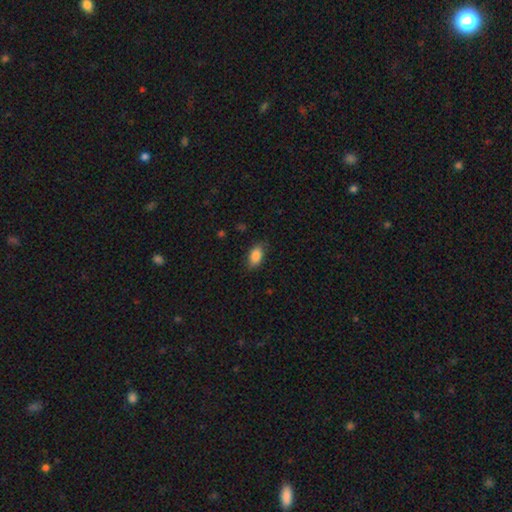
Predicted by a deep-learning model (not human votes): The model was most divided on "merging": none: 80%, minor disturbance: 16%, major disturbance: 4%, merger: 1%. More confident: how rounded — in between (90%); smooth or featured — smooth (87%).